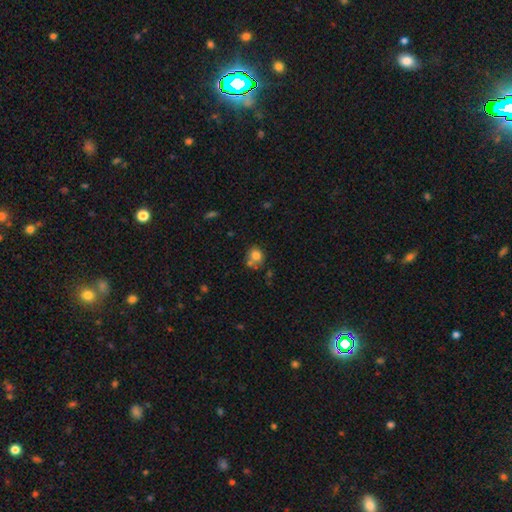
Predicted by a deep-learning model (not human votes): Overall: smooth (76%). How rounded: round (70%). Merging: none (50%; merger 29%).